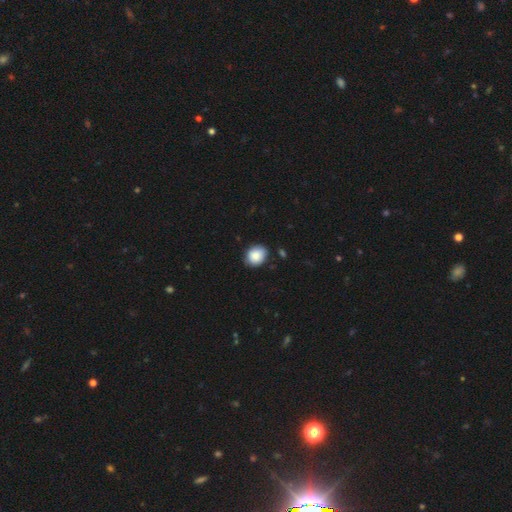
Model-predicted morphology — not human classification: A smooth galaxy with no disk features (86%) that is round (60%). Merging: none (78%).